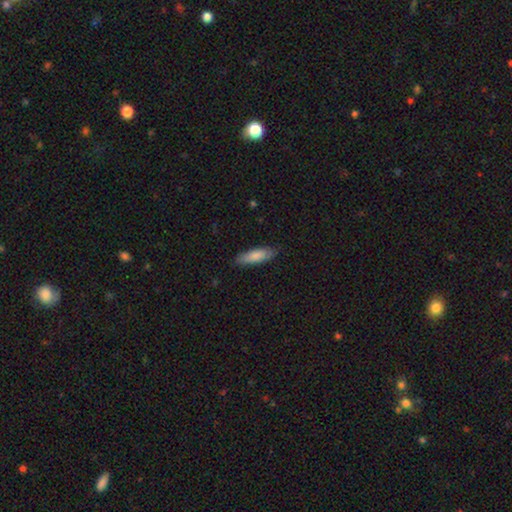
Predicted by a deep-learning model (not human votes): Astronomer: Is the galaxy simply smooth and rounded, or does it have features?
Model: smooth — 83%.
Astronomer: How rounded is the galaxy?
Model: in between — 50% (runner-up: cigar-shaped, 48%).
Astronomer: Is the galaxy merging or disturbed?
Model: none — 83%.